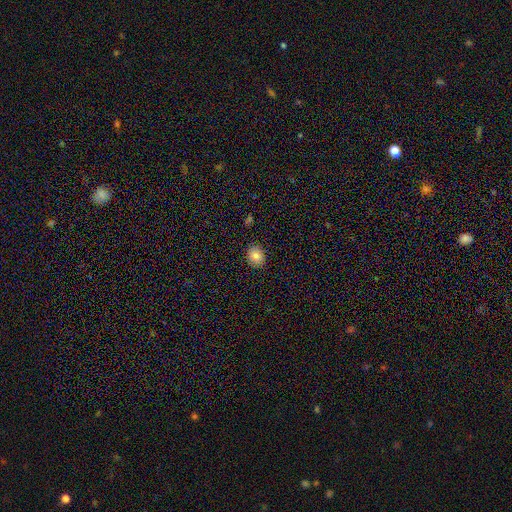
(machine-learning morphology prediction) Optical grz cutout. It shows a smooth galaxy with no disk features (83%) that is round (62%). Merging: none (89%).